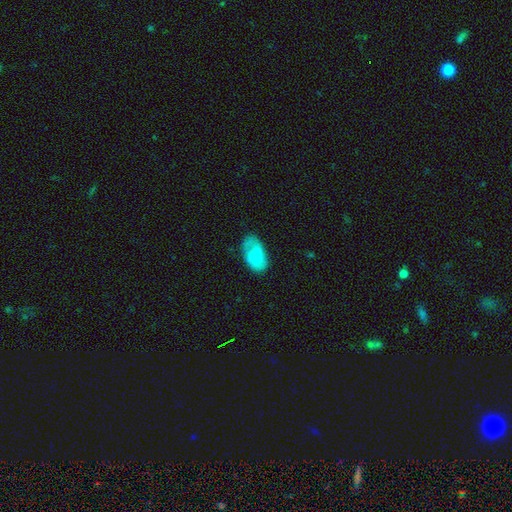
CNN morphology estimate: type=smooth (70%); roundness=in between (93%); merging=none (54%).